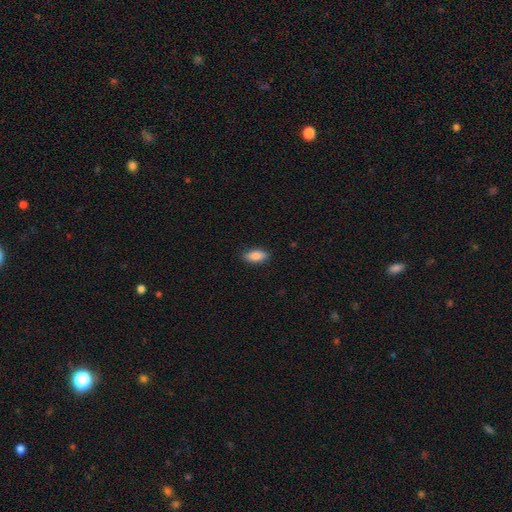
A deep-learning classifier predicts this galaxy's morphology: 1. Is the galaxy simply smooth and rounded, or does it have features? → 85% smooth, 8% featured or disk, 6% star or artifact.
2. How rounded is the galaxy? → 85% in between, 12% cigar-shaped, 3% round.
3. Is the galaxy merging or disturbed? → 87% none, 10% minor disturbance, 2% major disturbance, 1% merger.